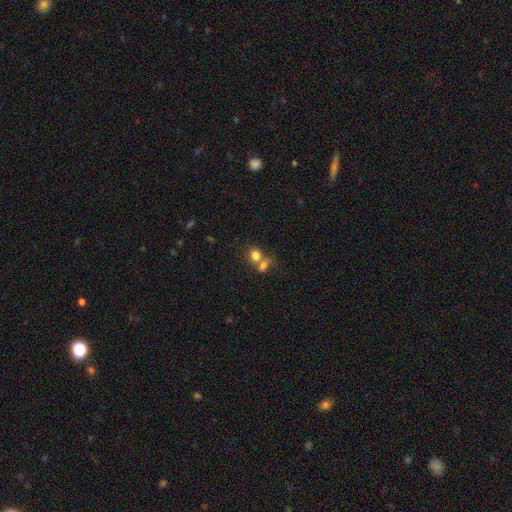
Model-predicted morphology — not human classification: smooth-or-featured: smooth: 78% | star or artifact: 11% | featured or disk: 11%
  how-rounded: round: 64% | in between: 35% | cigar-shaped: 1%
  merging: merger: 55% | none: 33% | minor disturbance: 7% | major disturbance: 4%